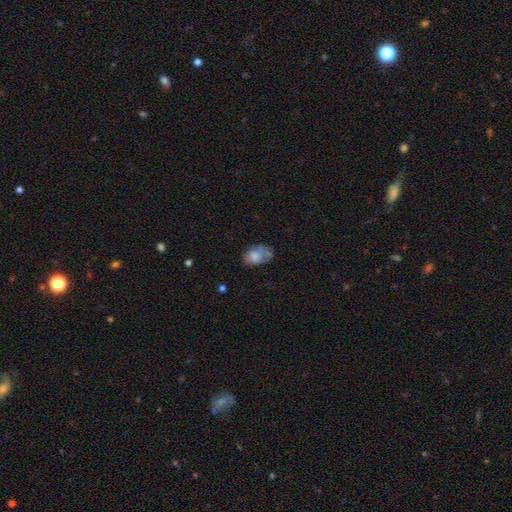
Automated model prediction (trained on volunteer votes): Smooth or featured: smooth — 70% (featured or disk — 21%)
How rounded: in between — 87% (round — 12%)
Merging: none — 45% (minor disturbance — 32%)